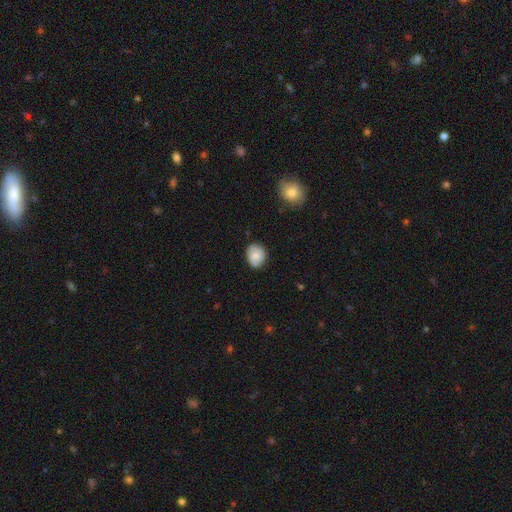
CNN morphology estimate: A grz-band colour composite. It shows a smooth galaxy with no disk features (70%) that is round (58%). Merging: none (74%).